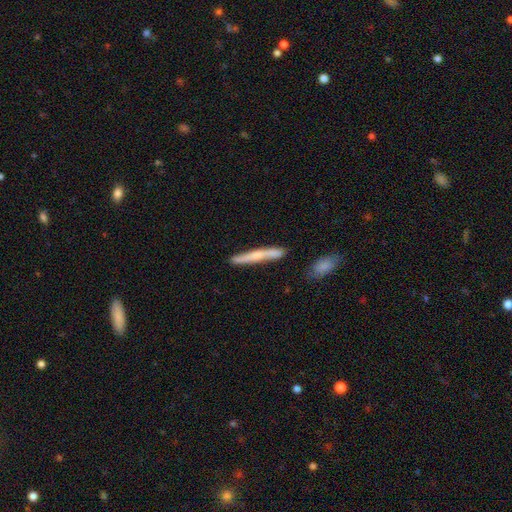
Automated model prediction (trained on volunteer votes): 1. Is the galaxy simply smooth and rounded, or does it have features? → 54% smooth, 41% featured or disk, 6% star or artifact.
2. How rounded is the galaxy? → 94% cigar-shaped, 4% in between, 2% round.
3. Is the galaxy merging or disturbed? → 77% none, 14% minor disturbance, 6% merger, 3% major disturbance.